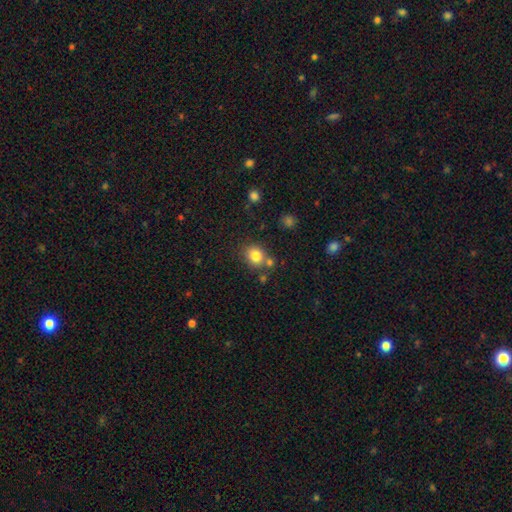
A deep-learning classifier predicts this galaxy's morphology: Smooth or featured: smooth — 82% (star or artifact — 11%)
How rounded: round — 72% (in between — 27%)
Merging: none — 70% (merger — 15%)